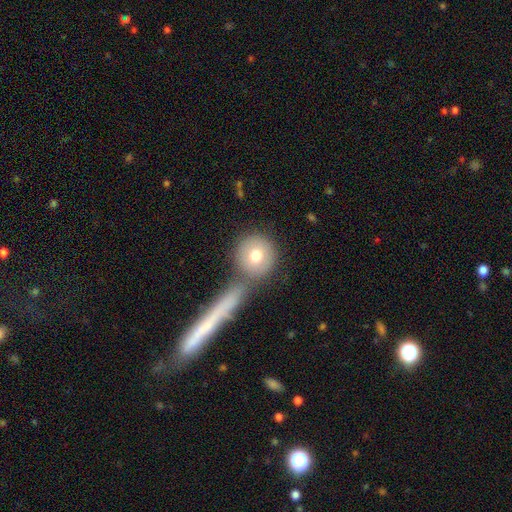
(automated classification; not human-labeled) A smooth galaxy with no disk features (73%) that is round (92%).

Vote fractions:
- Smooth or featured? smooth: 73% / featured or disk: 19% / star or artifact: 8%
- How rounded? round: 92% / in between: 7% / cigar-shaped: 1%
- Merging? none: 65% / merger: 22% / minor disturbance: 9% / major disturbance: 4%